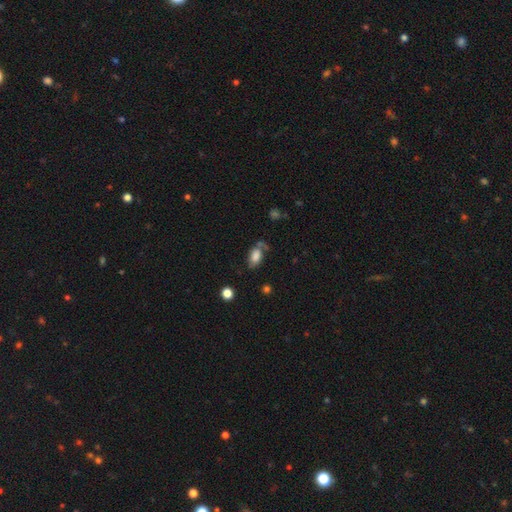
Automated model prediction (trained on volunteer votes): smooth-or-featured: smooth: 75% | featured or disk: 15% | star or artifact: 10%
  how-rounded: in between: 90% | round: 7% | cigar-shaped: 3%
  merging: none: 51% | minor disturbance: 22% | major disturbance: 14% | merger: 13%